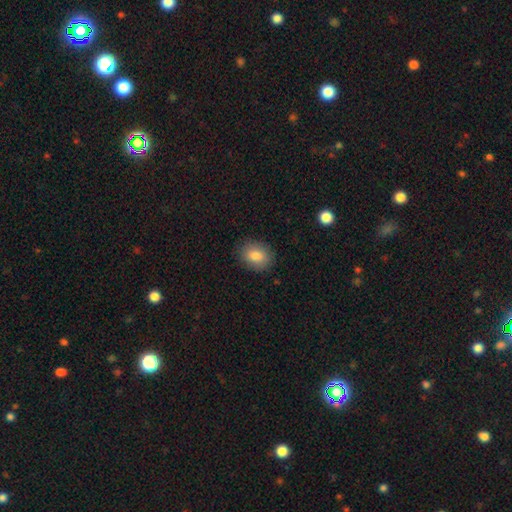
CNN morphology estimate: This appears to be a smooth galaxy with no disk features (84%) that is in between round and cigar-shaped (58%). Merging: none (87%).